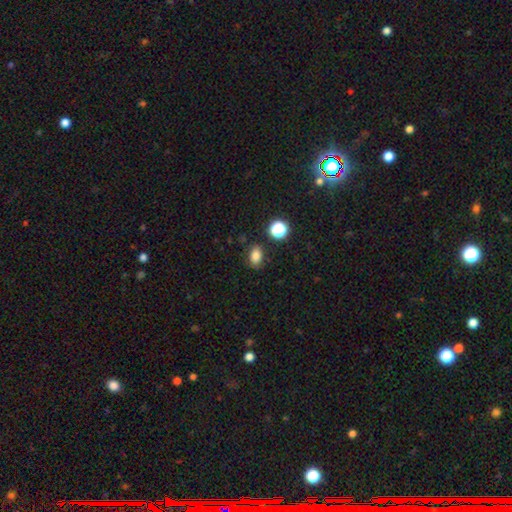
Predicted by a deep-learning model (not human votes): smooth_or_featured: smooth (p=0.81) [alt: star or artifact p=0.13]
how_rounded: in between (p=0.78) [alt: round p=0.21]
merging: none (p=0.82) [alt: minor disturbance p=0.12]